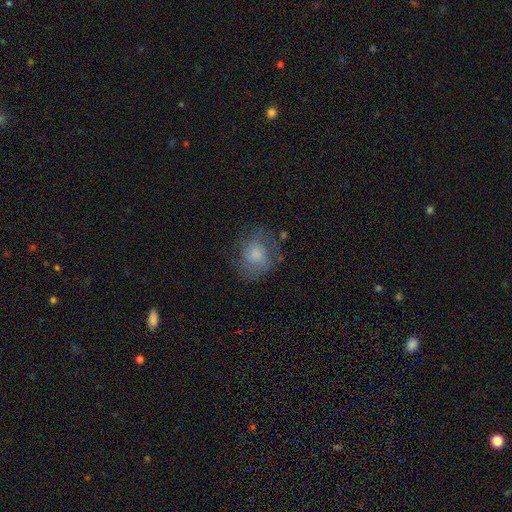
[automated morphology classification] smooth 51%, featured or disk 37%, star or artifact 12%. Down the decision tree: how rounded — round (67%); merging — none (65%).